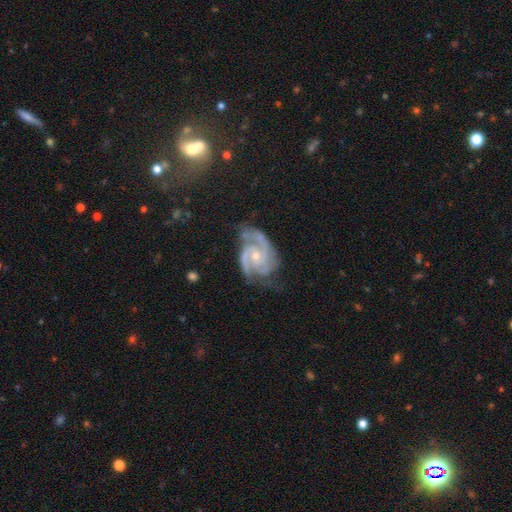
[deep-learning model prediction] A featured or disk galaxy (92%) with no bar (65%), 2 (52%) tight (49%) spiral arms (98%) and a small central bulge (57%).

Vote fractions:
- Smooth or featured? featured or disk: 92% / star or artifact: 4% / smooth: 4%
- Edge-on disk? no: 98% / yes: 2%
- Bar? no: 65% / weak: 29% / strong: 6%
- Spiral arms? yes: 98% / no: 2%
- Spiral winding? tight: 49% / medium: 45% / loose: 7%
- Spiral arm count? 2: 52% / 3: 31% / can't tell: 7% / 4: 4% / 1: 3% / more than 4: 3%
- Bulge size? small: 57% / moderate: 39% / none: 2% / large: 1% / dominant: 1%
- Merging? none: 62% / minor disturbance: 25% / major disturbance: 11% / merger: 2%